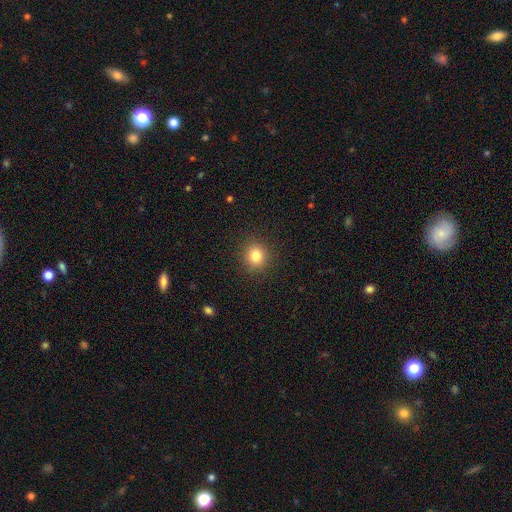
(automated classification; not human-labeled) This appears to be a smooth galaxy with no disk features (82%) that is round (88%). Merging: none (90%).